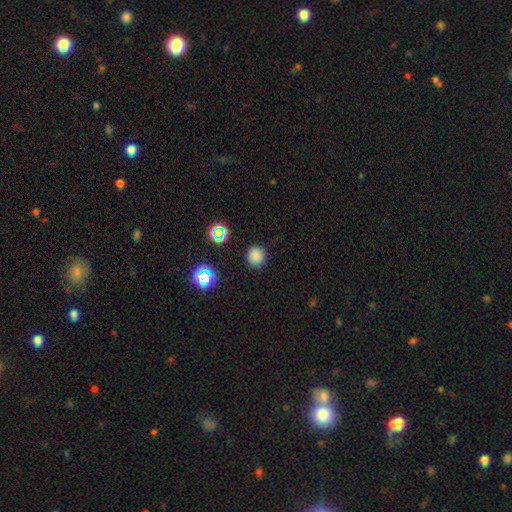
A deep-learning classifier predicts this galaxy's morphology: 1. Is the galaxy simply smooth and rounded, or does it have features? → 79% smooth, 17% star or artifact, 4% featured or disk.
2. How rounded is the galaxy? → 89% round, 10% in between, 1% cigar-shaped.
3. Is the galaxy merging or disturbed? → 88% none, 8% minor disturbance, 3% major disturbance, 2% merger.